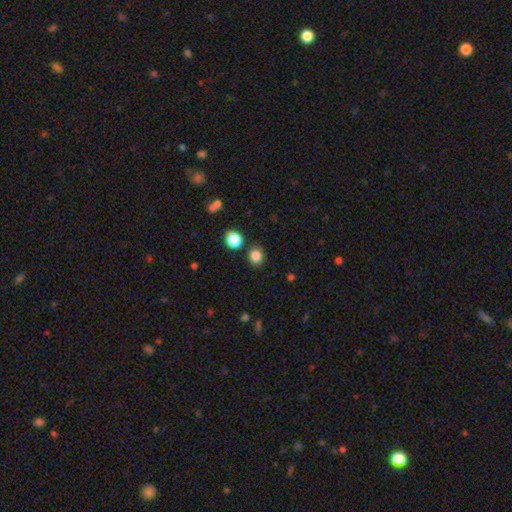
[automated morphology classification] Overall: smooth (84%). How rounded: round (77%). Merging: none (84%).